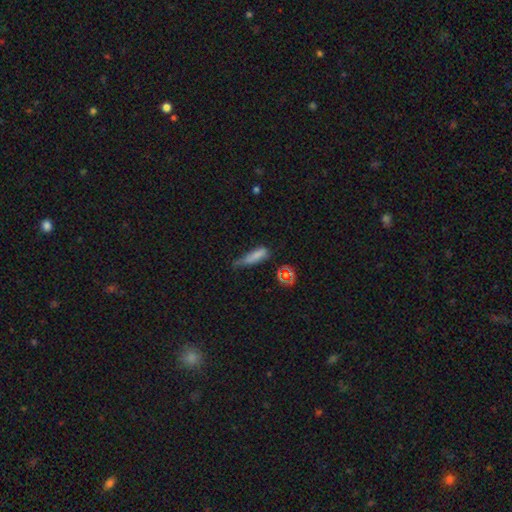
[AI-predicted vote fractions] Smooth or featured: smooth — 71% (star or artifact — 15%)
How rounded: cigar-shaped — 57% (in between — 38%)
Merging: minor disturbance — 41% (none — 30%)